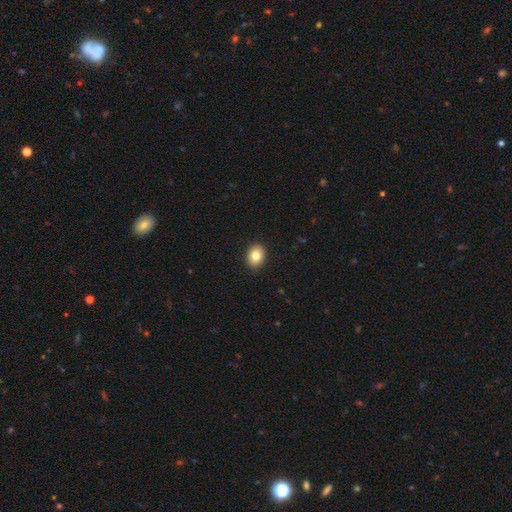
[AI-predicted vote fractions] Morphology: type=smooth (81%); roundness=in between (65%); merging=none (91%).